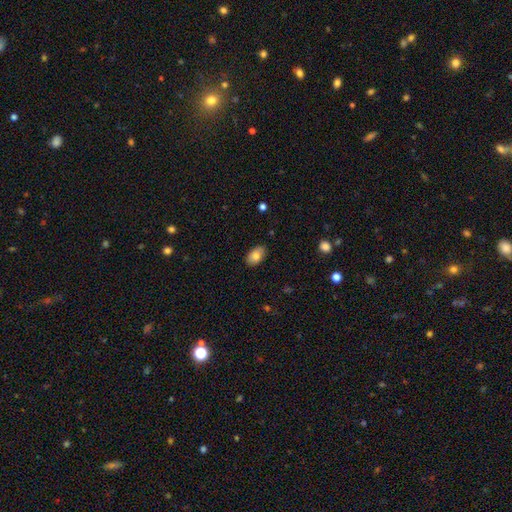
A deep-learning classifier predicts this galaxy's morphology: Smooth or featured?
  - smooth: 79% *
  - featured or disk: 13%
  - star or artifact: 7%
How rounded?
  - in between: 92% *
  - round: 7%
  - cigar-shaped: 1%
Merging?
  - none: 83% *
  - minor disturbance: 14%
  - major disturbance: 2%
  - merger: 1%